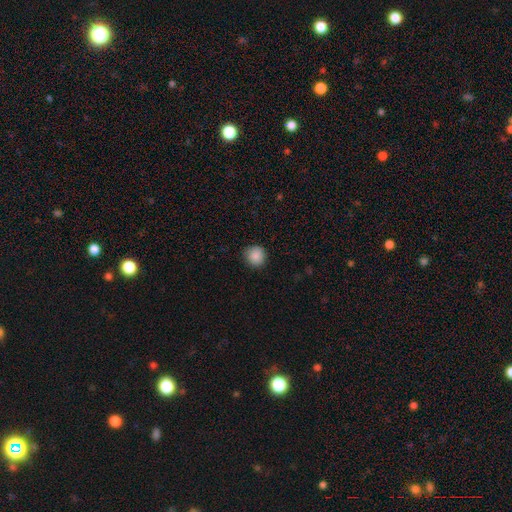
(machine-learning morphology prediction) Smooth or featured? smooth (88%)
How rounded? round (91%)
Merging? none (88%)